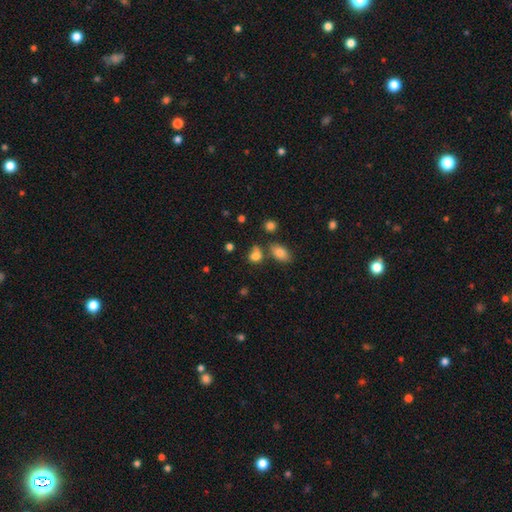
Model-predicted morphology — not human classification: The model was most divided on "how rounded": in between: 51%, round: 47%, cigar-shaped: 2%. More confident: smooth or featured — smooth (81%); merging — none (56%).